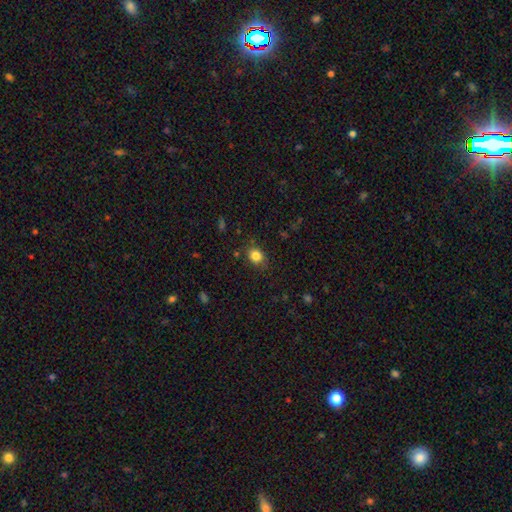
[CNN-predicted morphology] A smooth galaxy with no disk features (83%) that is round (56%). Merging: none (80%).